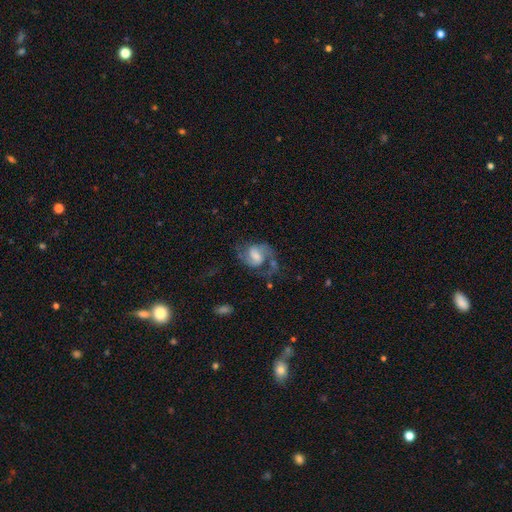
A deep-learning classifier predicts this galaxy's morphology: A featured or disk galaxy (85%) with a weak bar (56%), 2 (89%) medium (56%) spiral arms (96%) and a moderate central bulge (39%).

Vote fractions:
- Smooth or featured? featured or disk: 85% / smooth: 9% / star or artifact: 6%
- Edge-on disk? no: 98% / yes: 2%
- Bar? weak: 56% / no: 25% / strong: 20%
- Spiral arms? yes: 96% / no: 4%
- Spiral winding? medium: 56% / loose: 27% / tight: 16%
- Spiral arm count? 2: 89% / 1: 4% / can't tell: 4% / 3: 2% / 4: 1% / more than 4: 1%
- Bulge size? moderate: 39% / small: 31% / large: 14% / none: 13% / dominant: 2%
- Merging? none: 58% / minor disturbance: 19% / major disturbance: 18% / merger: 5%